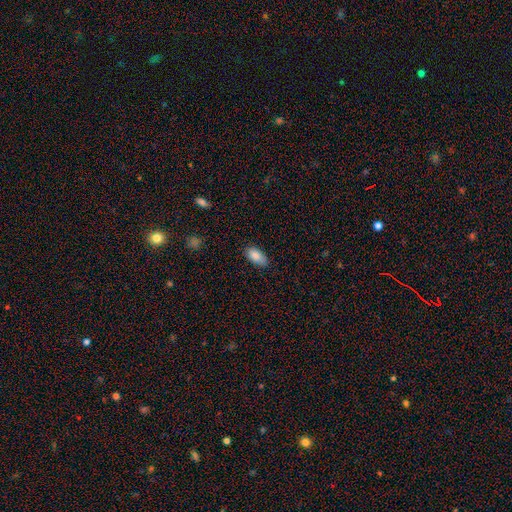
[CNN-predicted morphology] smooth-or-featured: smooth: 86% | star or artifact: 7% | featured or disk: 6%
  how-rounded: in between: 92% | cigar-shaped: 5% | round: 3%
  merging: none: 81% | minor disturbance: 15% | major disturbance: 3% | merger: 1%